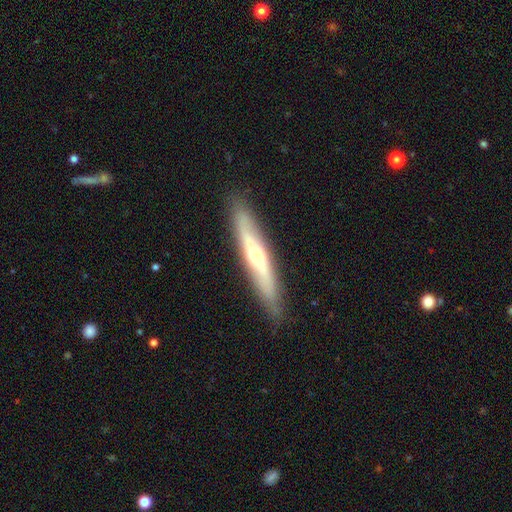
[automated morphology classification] A featured or disk galaxy (52%) viewed edge-on (74%). Merging: none (86%).